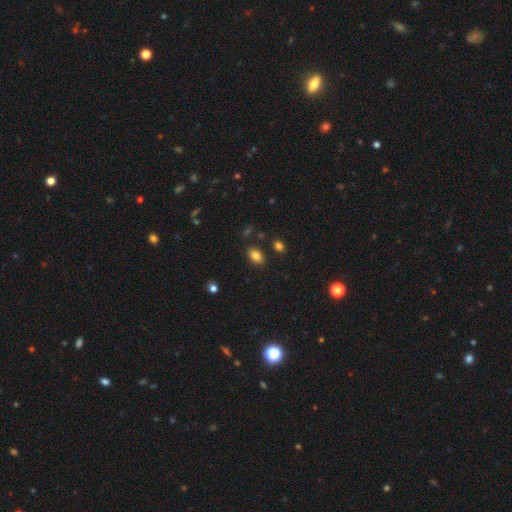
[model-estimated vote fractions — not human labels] Morphology: type=smooth (83%); roundness=in between (83%); merging=none (84%).